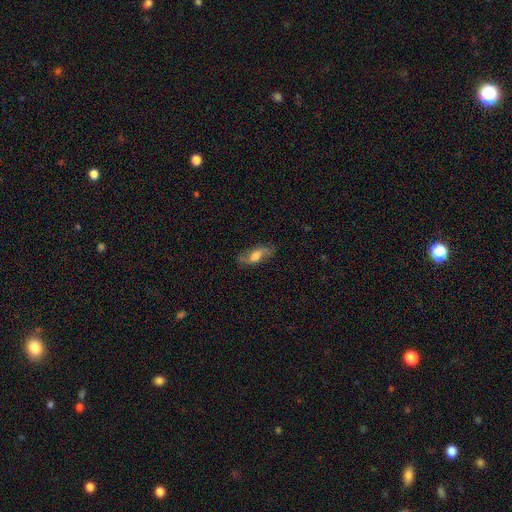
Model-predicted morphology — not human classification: The model was most divided on "smooth or featured": featured or disk: 49%, smooth: 44%, star or artifact: 8%. More confident: merging — none (74%).